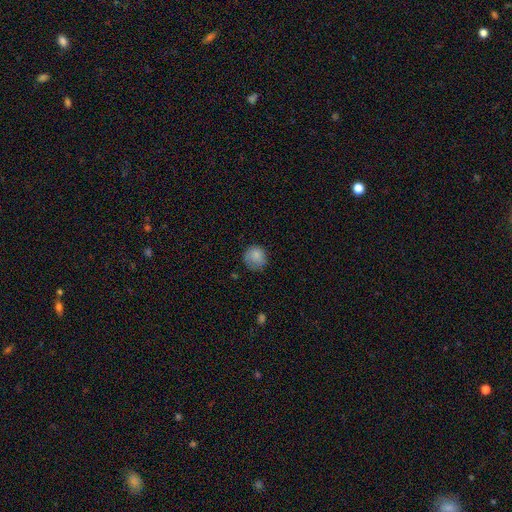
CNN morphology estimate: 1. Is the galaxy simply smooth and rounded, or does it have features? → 84% smooth, 9% star or artifact, 7% featured or disk.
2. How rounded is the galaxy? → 88% round, 11% in between, 1% cigar-shaped.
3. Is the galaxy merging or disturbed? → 71% none, 22% minor disturbance, 6% major disturbance, 1% merger.